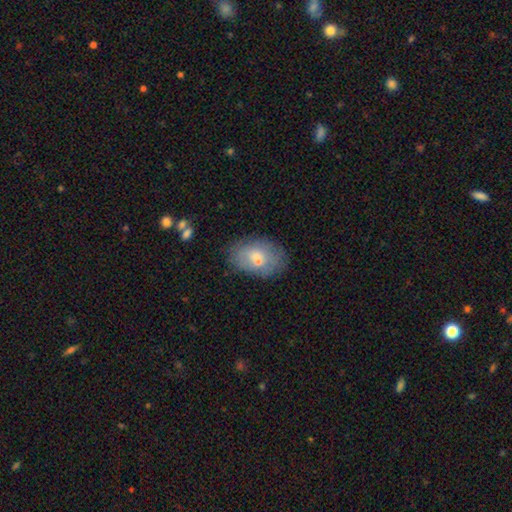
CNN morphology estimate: type=smooth (66%); roundness=in between (88%); merging=none (76%).